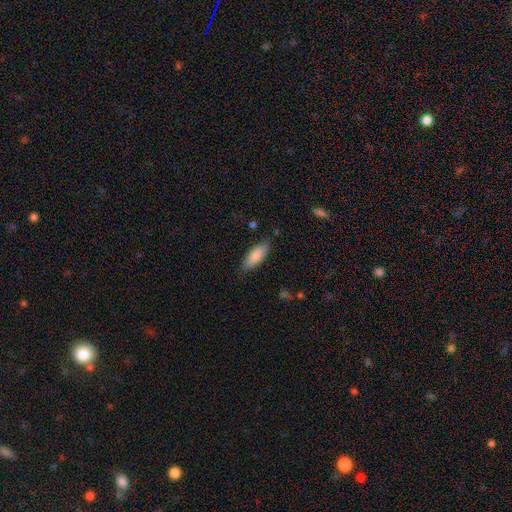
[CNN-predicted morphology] Smooth or featured: smooth — 86% (featured or disk — 8%)
How rounded: in between — 72% (cigar-shaped — 26%)
Merging: none — 79% (minor disturbance — 16%)